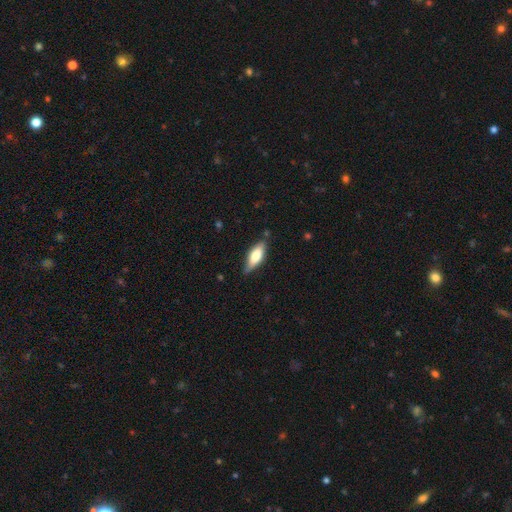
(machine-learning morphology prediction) Overall: smooth (64%; featured or disk 30%). How rounded: in between (67%; cigar-shaped 30%). Merging: none (76%).